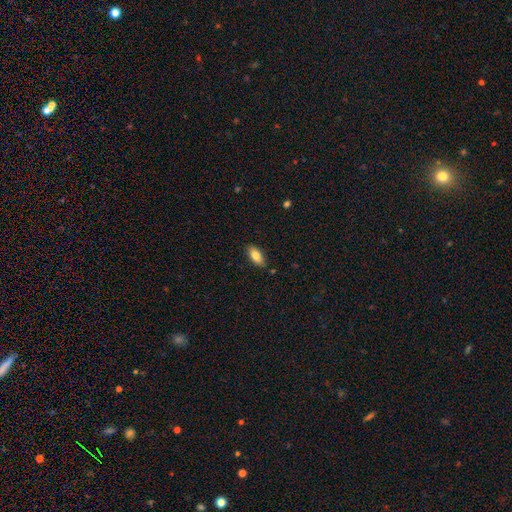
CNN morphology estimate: Smooth or featured?
  - smooth: 81% *
  - featured or disk: 12%
  - star or artifact: 7%
How rounded?
  - in between: 87% *
  - cigar-shaped: 10%
  - round: 3%
Merging?
  - none: 85% *
  - minor disturbance: 11%
  - major disturbance: 2%
  - merger: 2%